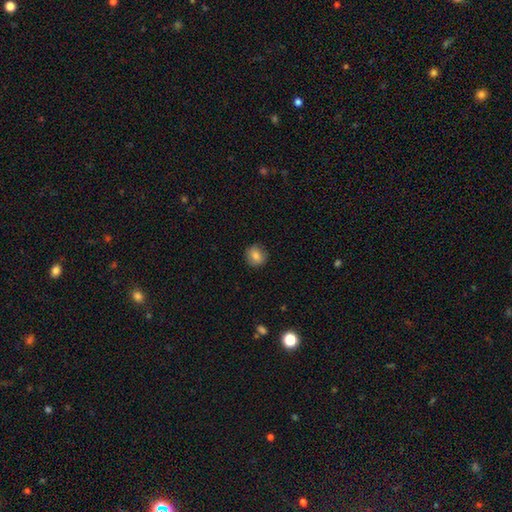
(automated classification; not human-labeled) This is clearly a smooth galaxy (81%). How rounded: clearly round (86%). Merging: clearly none (88%).